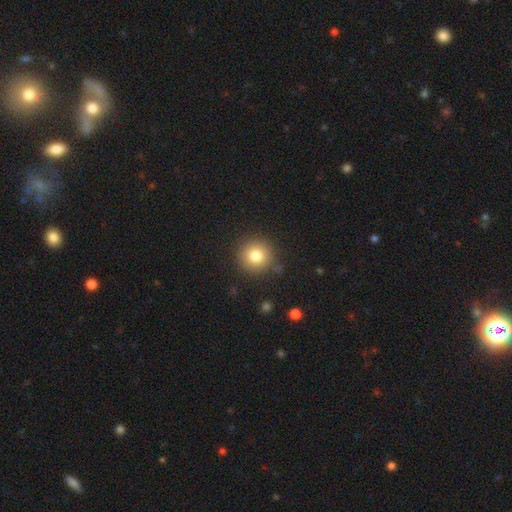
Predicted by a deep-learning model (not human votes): Q: Smooth or featured?
A: smooth (81%); runner-up: star or artifact (11%)
Q: How rounded?
A: round (95%); runner-up: in between (5%)
Q: Merging?
A: none (87%); runner-up: minor disturbance (8%)